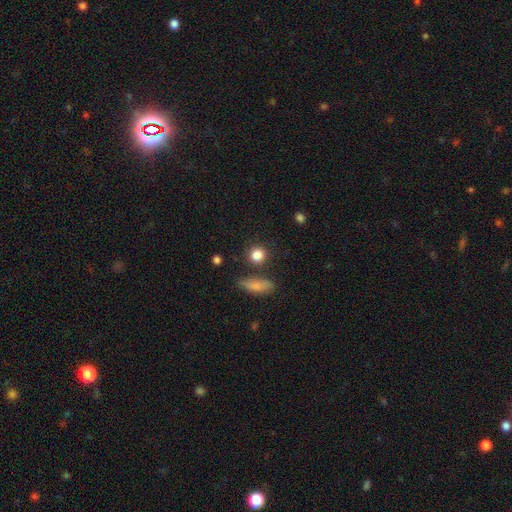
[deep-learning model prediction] A smooth galaxy with no disk features (84%) that is round (82%).

Vote fractions:
- Smooth or featured? smooth: 84% / star or artifact: 10% / featured or disk: 6%
- How rounded? round: 82% / in between: 15% / cigar-shaped: 3%
- Merging? none: 80% / minor disturbance: 10% / merger: 6% / major disturbance: 3%